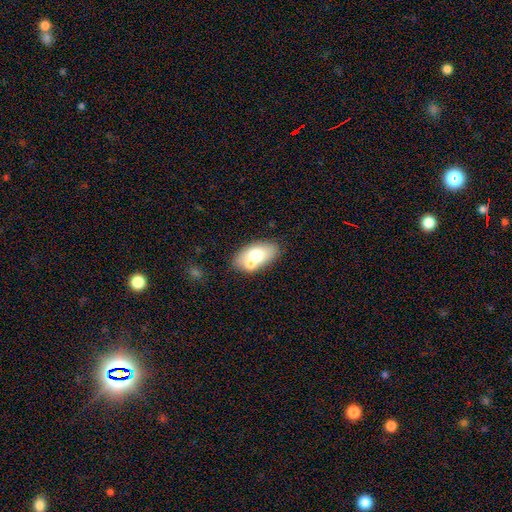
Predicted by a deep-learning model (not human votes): The model was most divided on "merging": none: 58%, merger: 26%, minor disturbance: 12%, major disturbance: 4%. More confident: how rounded — in between (90%); smooth or featured — smooth (64%).